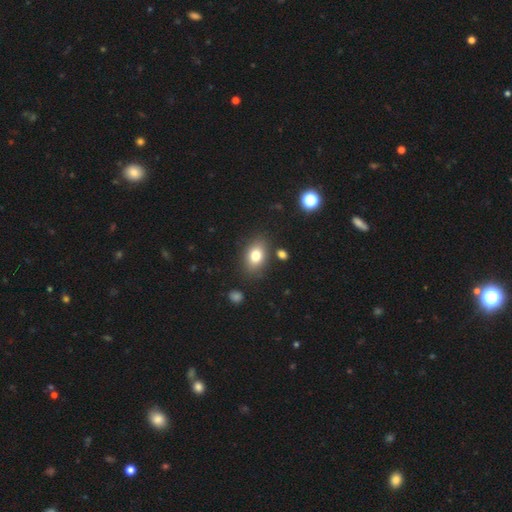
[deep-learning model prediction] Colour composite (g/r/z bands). It shows a smooth galaxy with no disk features (78%) that is in between round and cigar-shaped (79%). Merging: none (82%).